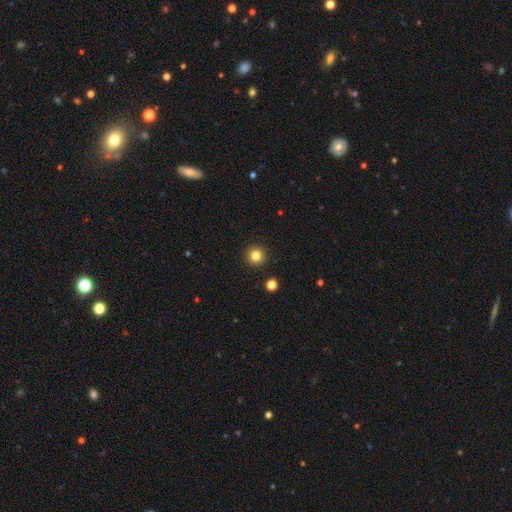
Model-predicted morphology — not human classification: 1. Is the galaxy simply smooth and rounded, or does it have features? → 82% smooth, 12% star or artifact, 6% featured or disk.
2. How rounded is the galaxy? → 96% round, 3% in between, 1% cigar-shaped.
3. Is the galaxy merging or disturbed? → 93% none, 4% minor disturbance, 2% major disturbance, 1% merger.